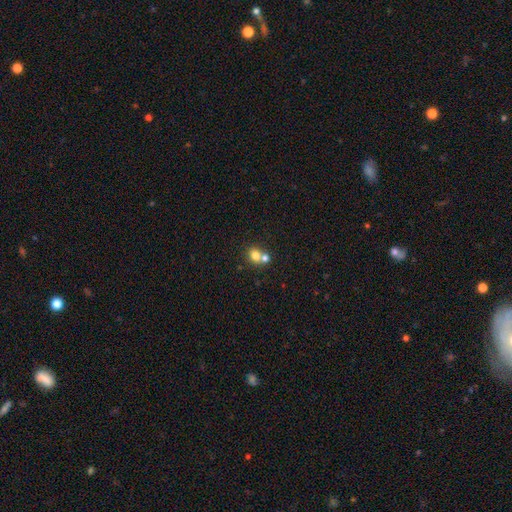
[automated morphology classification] smooth_or_featured: smooth (p=0.76) [alt: star or artifact p=0.12]
how_rounded: round (p=0.67) [alt: in between p=0.32]
merging: merger (p=0.48) [alt: none p=0.43]